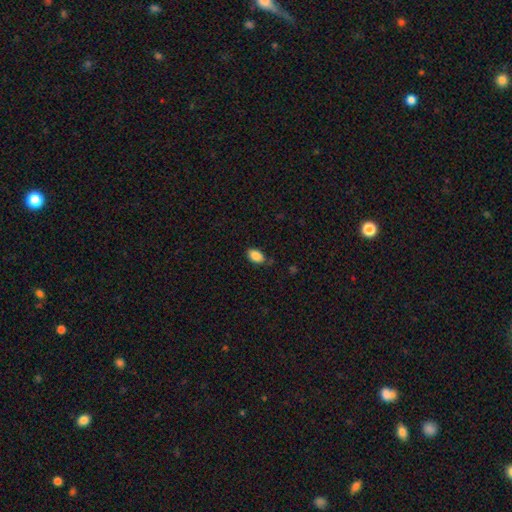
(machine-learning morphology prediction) Smooth or featured? smooth (88%)
How rounded? in between (91%)
Merging? none (77%)